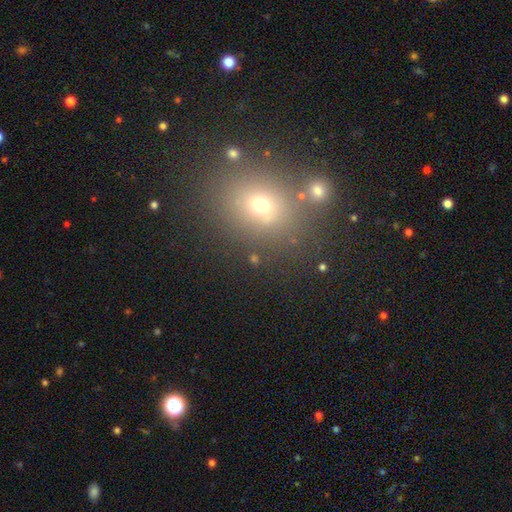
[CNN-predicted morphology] smooth 58%, star or artifact 30%, featured or disk 12%. Down the decision tree: how rounded — round (62%); merging — none (74%).